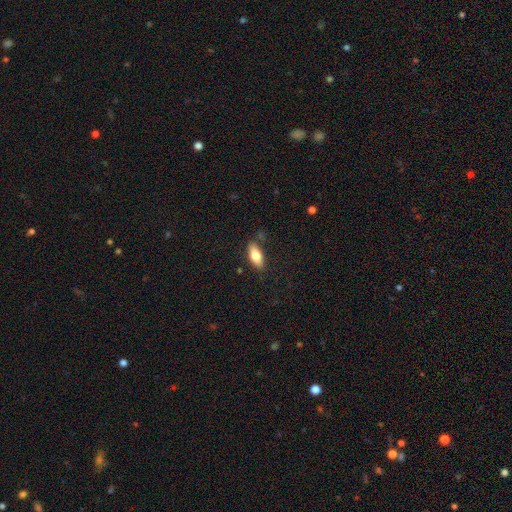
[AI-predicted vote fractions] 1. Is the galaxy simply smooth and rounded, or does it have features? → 78% smooth, 16% featured or disk, 6% star or artifact.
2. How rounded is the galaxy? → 79% in between, 18% cigar-shaped, 3% round.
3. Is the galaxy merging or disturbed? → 79% none, 15% minor disturbance, 3% major disturbance, 3% merger.